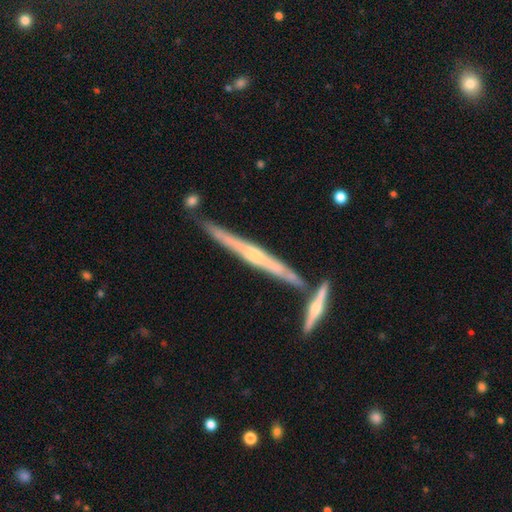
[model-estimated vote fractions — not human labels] featured or disk 73%, smooth 21%, star or artifact 6%. Down the decision tree: edge-on disk — yes (97%); edge-on bulge — rounded (48%); merging — none (73%).